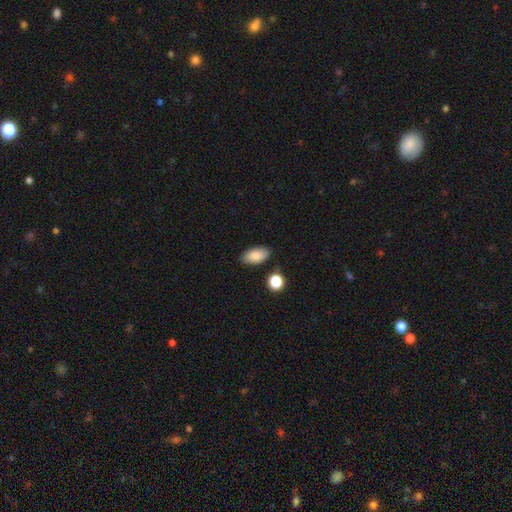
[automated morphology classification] Smooth or featured: smooth — 87% (star or artifact — 7%)
How rounded: in between — 93% (round — 4%)
Merging: none — 83% (minor disturbance — 11%)